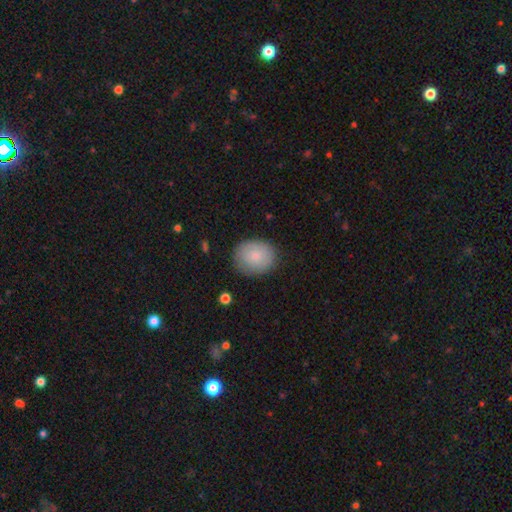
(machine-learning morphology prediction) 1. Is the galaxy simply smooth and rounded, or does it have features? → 83% smooth, 10% featured or disk, 7% star or artifact.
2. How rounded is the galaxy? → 60% round, 39% in between, 1% cigar-shaped.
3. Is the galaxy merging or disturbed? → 83% none, 13% minor disturbance, 3% major disturbance, 1% merger.